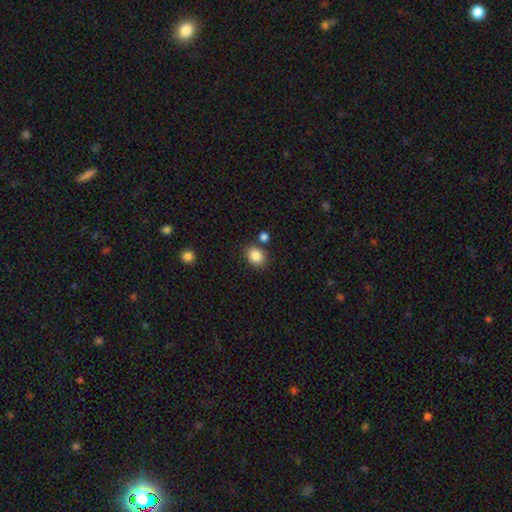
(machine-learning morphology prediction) Smooth or featured? Predicted: smooth (p=0.85). How rounded? Predicted: round (p=0.59). Merging? Predicted: none (p=0.78).